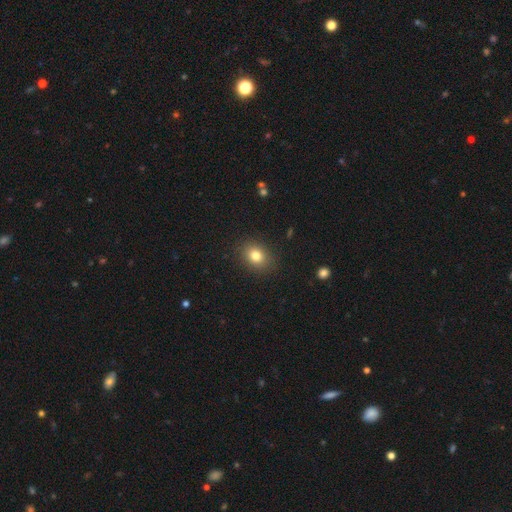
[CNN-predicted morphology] smooth-or-featured: smooth: 80% | star or artifact: 11% | featured or disk: 8%
  how-rounded: in between: 52% | round: 47% | cigar-shaped: 1%
  merging: none: 88% | minor disturbance: 8% | major disturbance: 3% | merger: 1%